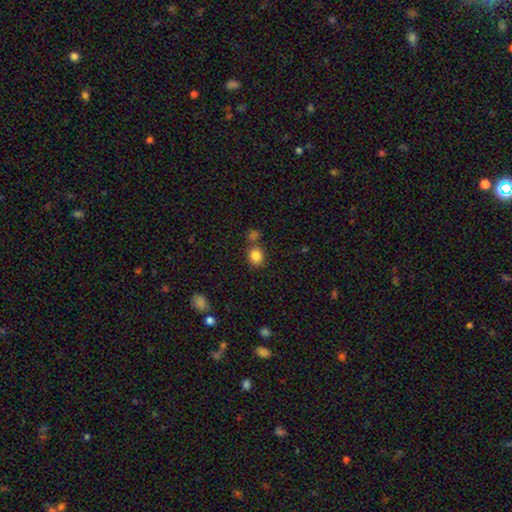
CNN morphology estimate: Smooth or featured? Predicted: smooth (p=0.84). How rounded? Predicted: round (p=0.71). Merging? Predicted: none (p=0.69).